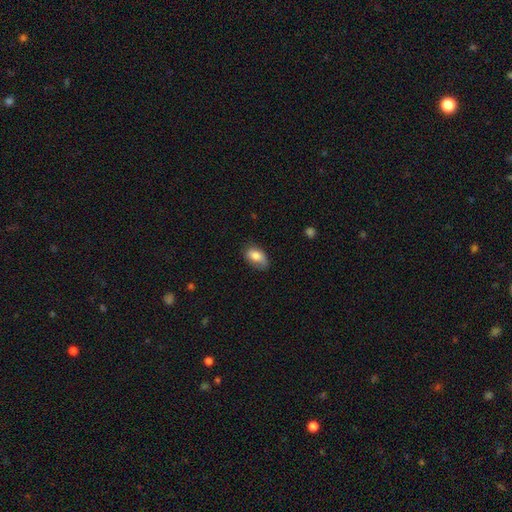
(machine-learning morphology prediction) smooth 81%, featured or disk 12%, star or artifact 7%. Down the decision tree: how rounded — in between (91%); merging — none (67%).